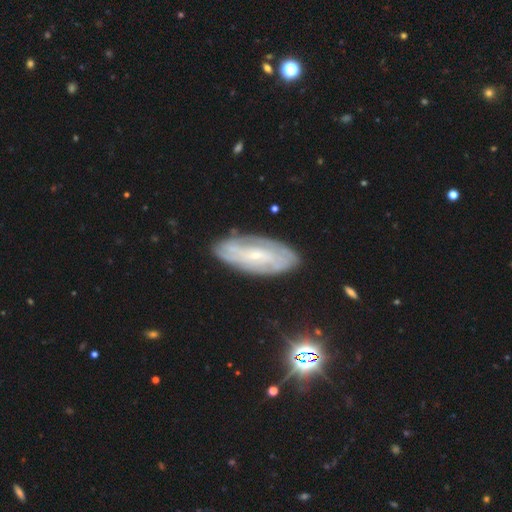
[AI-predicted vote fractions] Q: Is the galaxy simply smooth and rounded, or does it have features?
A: featured or disk — 69%.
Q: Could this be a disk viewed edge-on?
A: no — 88%.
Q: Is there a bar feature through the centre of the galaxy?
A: no — 58%.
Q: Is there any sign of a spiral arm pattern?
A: yes — 80%.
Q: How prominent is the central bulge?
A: small — 79%.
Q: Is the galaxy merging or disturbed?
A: none — 80%.